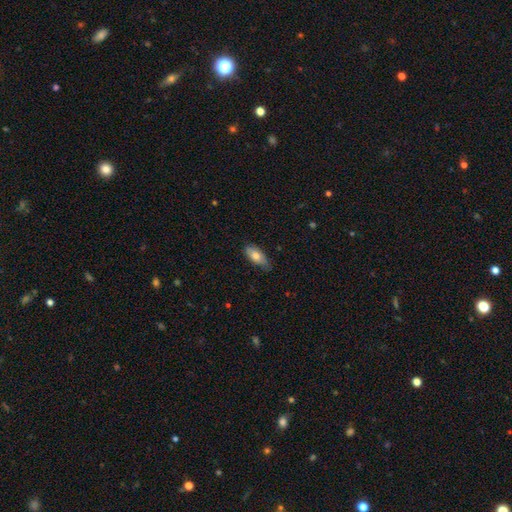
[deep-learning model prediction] The model was most divided on "smooth or featured": smooth: 72%, featured or disk: 22%, star or artifact: 6%. More confident: how rounded — in between (85%); merging — none (73%).